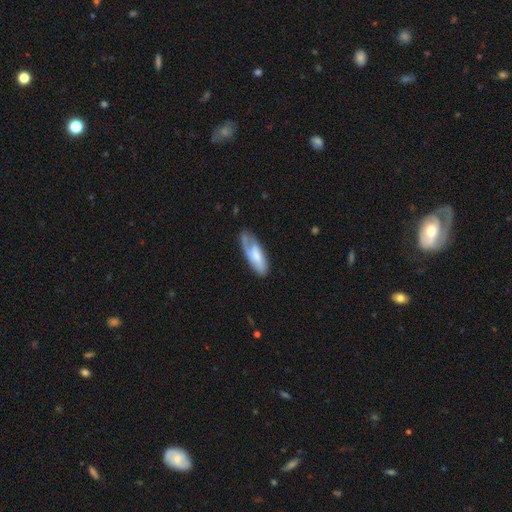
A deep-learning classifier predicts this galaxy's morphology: This appears to be a smooth galaxy with no disk features (53%) that is in between round and cigar-shaped (69%). Merging: none (54%).